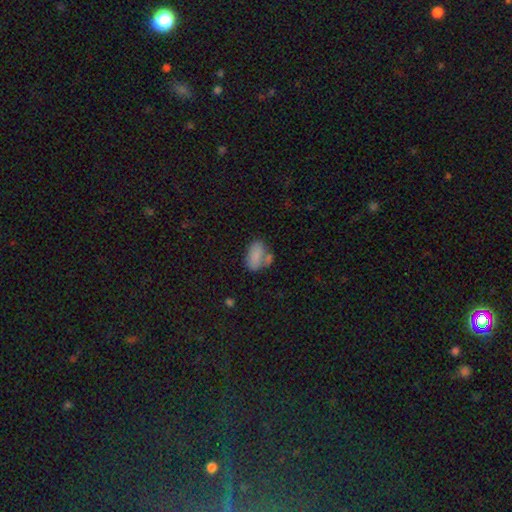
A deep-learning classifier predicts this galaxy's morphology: Smooth or featured? Predicted: smooth (p=0.81). How rounded? Predicted: in between (p=0.91). Merging? Predicted: none (p=0.44).